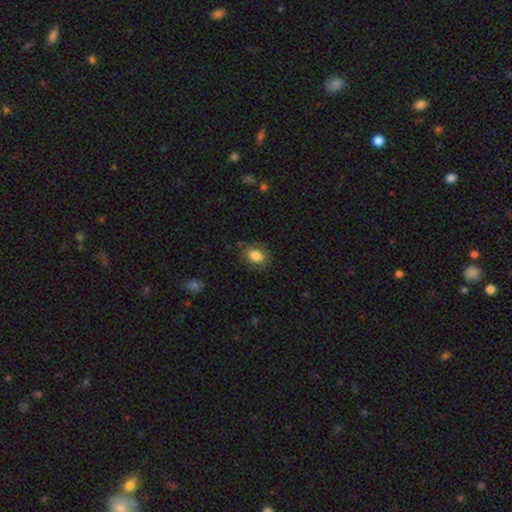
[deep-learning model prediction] Smooth or featured: smooth — 84% (star or artifact — 8%)
How rounded: in between — 77% (round — 21%)
Merging: none — 82% (minor disturbance — 13%)